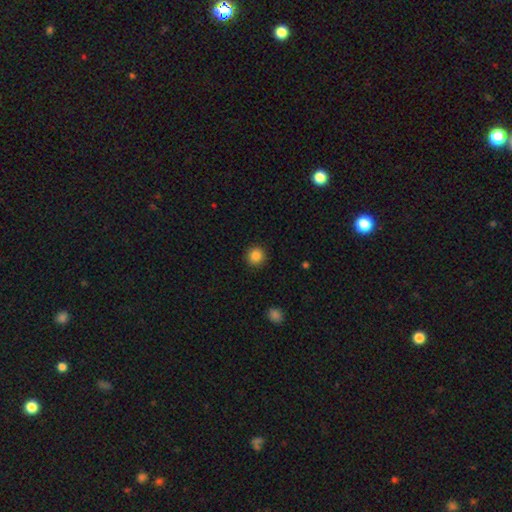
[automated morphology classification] A smooth galaxy with no disk features (86%) that is round (93%). Merging: none (92%).